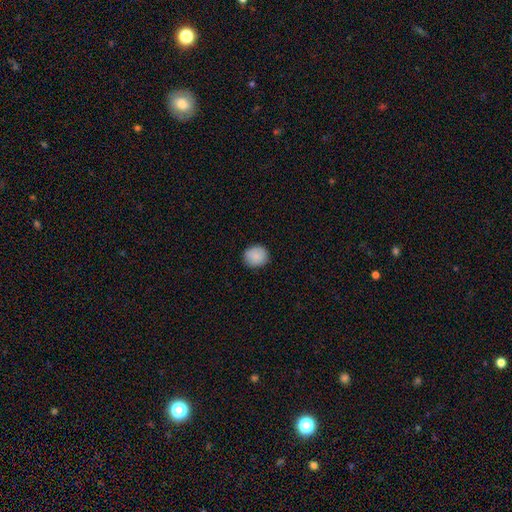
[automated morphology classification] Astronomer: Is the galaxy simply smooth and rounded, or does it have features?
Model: smooth — 88%.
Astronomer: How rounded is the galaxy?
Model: round — 83%.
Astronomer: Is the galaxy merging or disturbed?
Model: none — 88%.